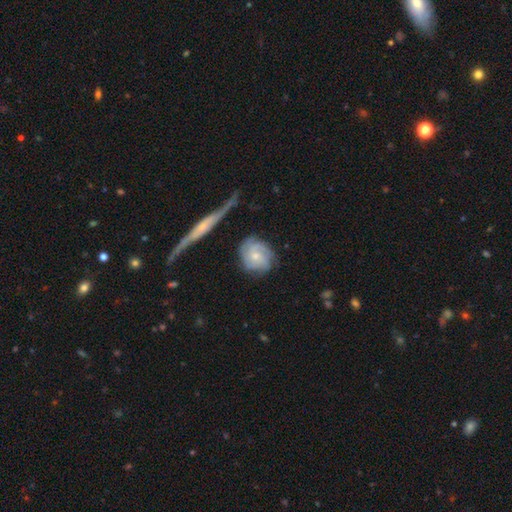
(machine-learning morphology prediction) Overall: featured or disk (68%). Edge-on disk: no (96%). Bar: no (76%). Spiral arms: yes (91%). Spiral arm count: 3 (30%; can't tell 27%). Spiral winding: tight (56%; medium 33%). Bulge size: small (55%; moderate 39%). Merging: none (69%).